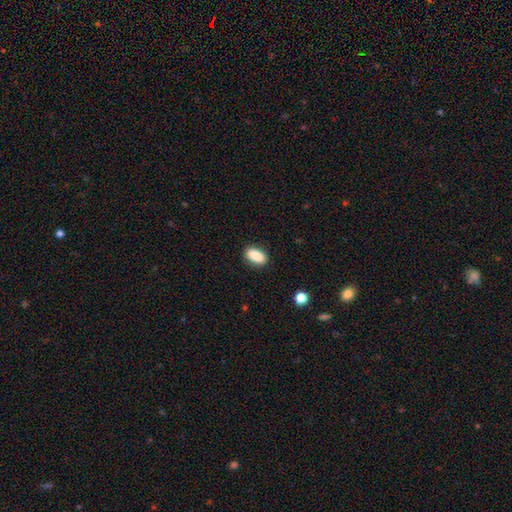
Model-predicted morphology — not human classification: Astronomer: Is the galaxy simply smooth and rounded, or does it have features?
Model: smooth — 88%.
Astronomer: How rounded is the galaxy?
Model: in between — 86%.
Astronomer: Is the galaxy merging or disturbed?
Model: none — 87%.